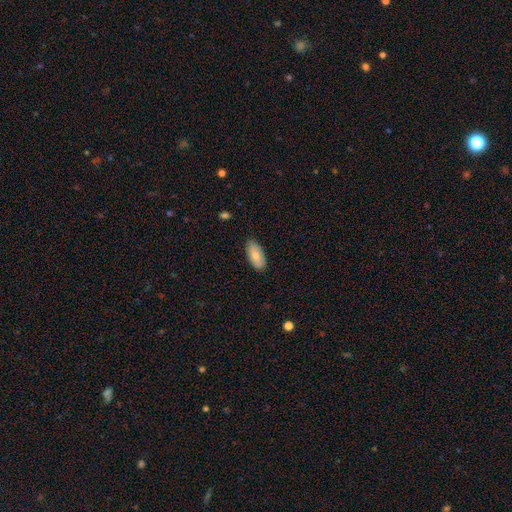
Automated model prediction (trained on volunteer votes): Smooth or featured? smooth (82%)
How rounded? in between (90%)
Merging? none (85%)